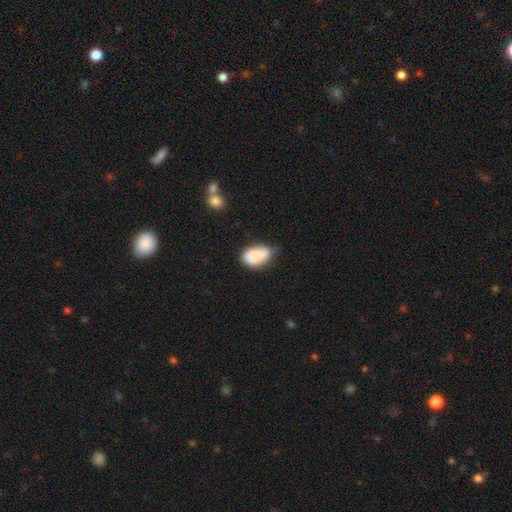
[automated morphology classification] smooth-or-featured: smooth: 80% | featured or disk: 13% | star or artifact: 7%
  how-rounded: in between: 90% | round: 9% | cigar-shaped: 1%
  merging: minor disturbance: 43% | none: 42% | major disturbance: 10% | merger: 5%